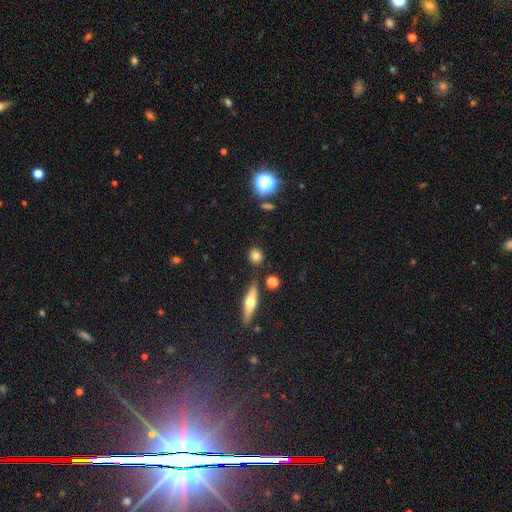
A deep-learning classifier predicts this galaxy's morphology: smooth 76%, featured or disk 12%, star or artifact 12%. Down the decision tree: how rounded — round (78%); merging — none (83%).